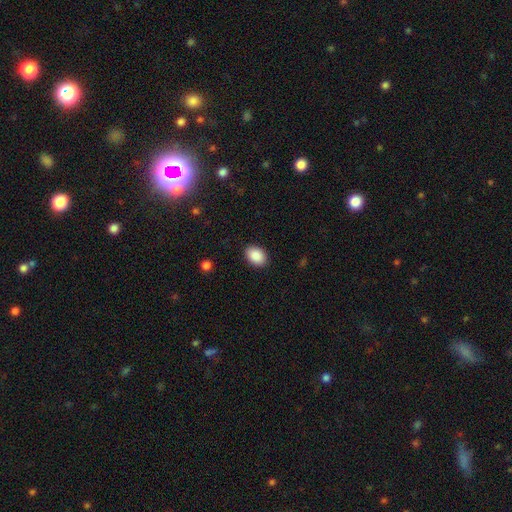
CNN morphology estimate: Smooth or featured: smooth — 89% (star or artifact — 7%)
How rounded: in between — 81% (round — 18%)
Merging: none — 89% (minor disturbance — 8%)